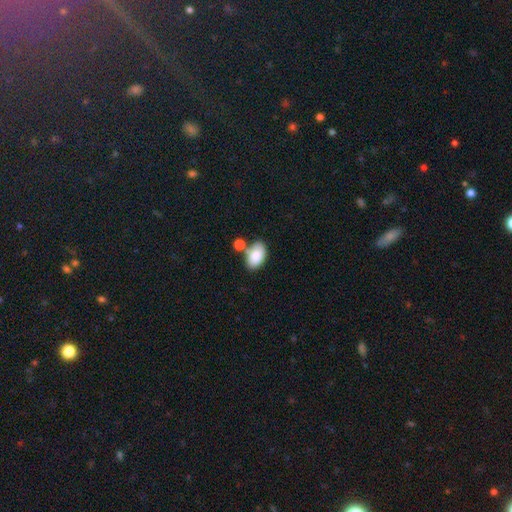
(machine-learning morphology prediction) type=smooth (83%); roundness=in between (92%); merging=none (58%).